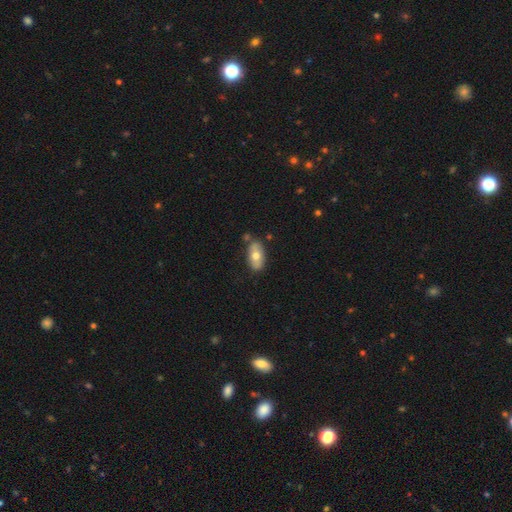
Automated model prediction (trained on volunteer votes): A smooth galaxy with no disk features (63%) that is in between round and cigar-shaped (90%). Merging: none (74%).